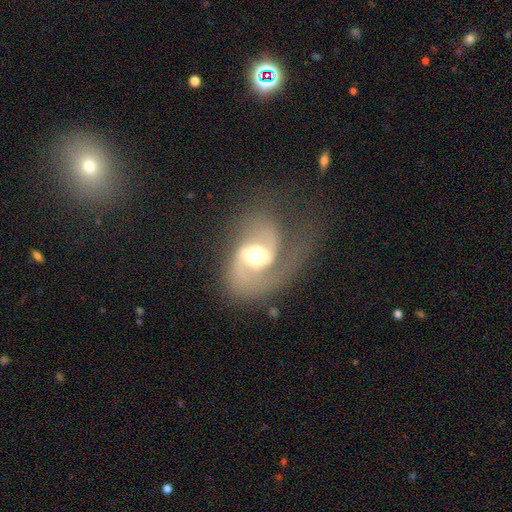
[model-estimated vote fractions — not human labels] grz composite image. It shows a featured or disk galaxy (83%) with a weak bar (46%), 2 (70%) medium (48%) spiral arms (94%) and a moderate central bulge (58%). Merging: none (45%).